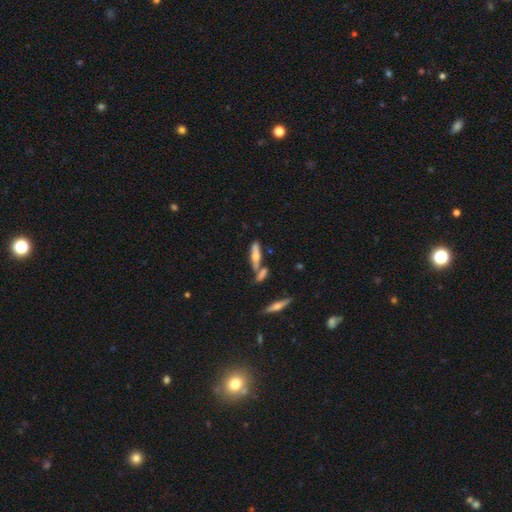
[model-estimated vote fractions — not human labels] Q: Smooth or featured?
A: smooth (48%); runner-up: featured or disk (44%)
Q: Merging?
A: none (59%); runner-up: merger (23%)